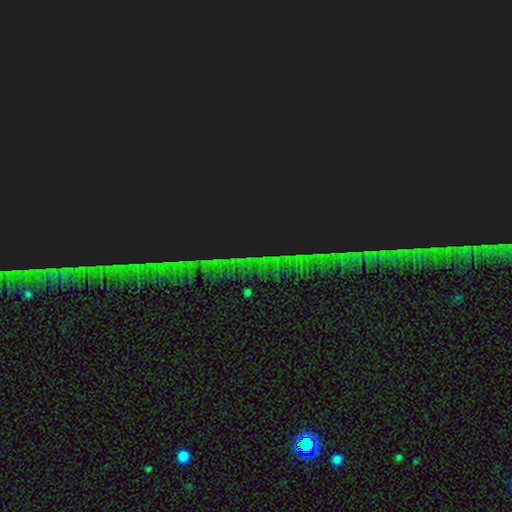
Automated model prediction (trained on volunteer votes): A star or artifact, not a galaxy (85%).